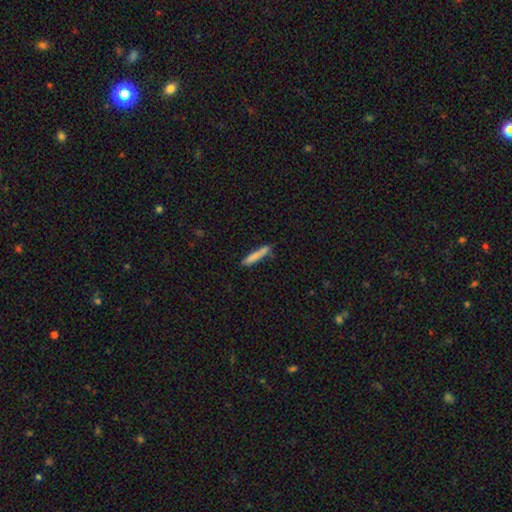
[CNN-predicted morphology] This is clearly a smooth galaxy (80%). How rounded: clearly cigar-shaped (92%). Merging: likely none (74%).